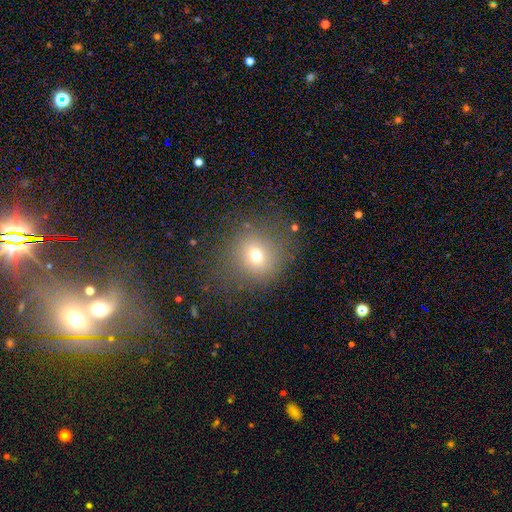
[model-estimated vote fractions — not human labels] Smooth or featured? Predicted: smooth (p=0.64). How rounded? Predicted: round (p=0.84). Merging? Predicted: none (p=0.76).